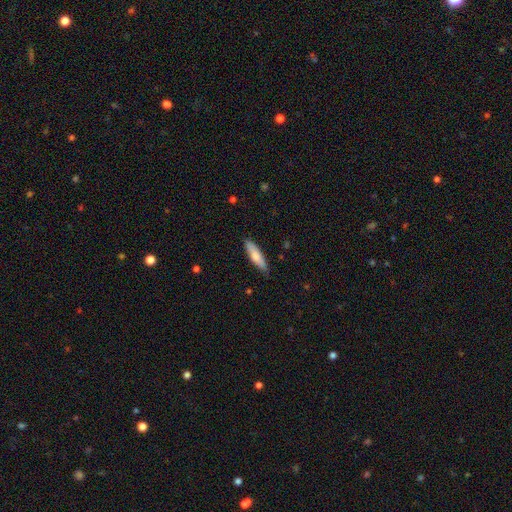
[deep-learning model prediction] smooth_or_featured: smooth (p=0.75) [alt: featured or disk p=0.19]
how_rounded: cigar-shaped (p=0.67) [alt: in between p=0.31]
merging: none (p=0.85) [alt: minor disturbance p=0.12]